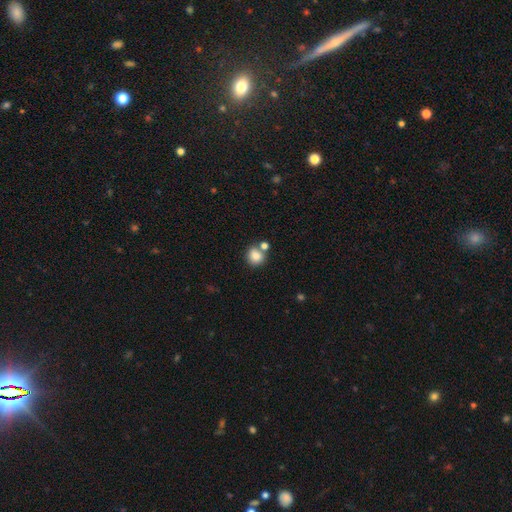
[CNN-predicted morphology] Smooth or featured?
  - smooth: 84% *
  - star or artifact: 9%
  - featured or disk: 6%
How rounded?
  - round: 82% *
  - in between: 17%
  - cigar-shaped: 1%
Merging?
  - none: 62% *
  - merger: 24%
  - minor disturbance: 11%
  - major disturbance: 4%